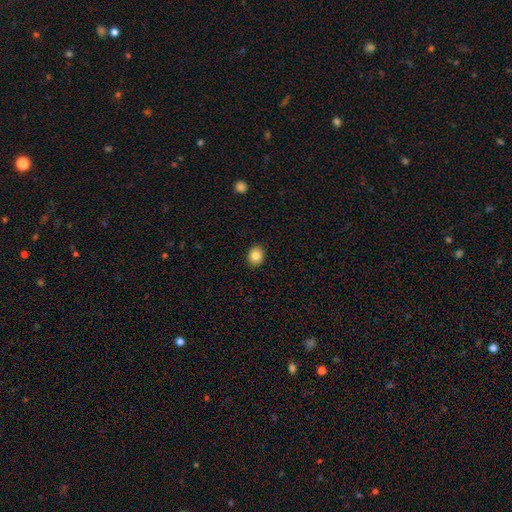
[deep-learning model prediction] Smooth or featured: smooth — 84% (star or artifact — 10%)
How rounded: round — 64% (in between — 36%)
Merging: none — 91% (minor disturbance — 6%)